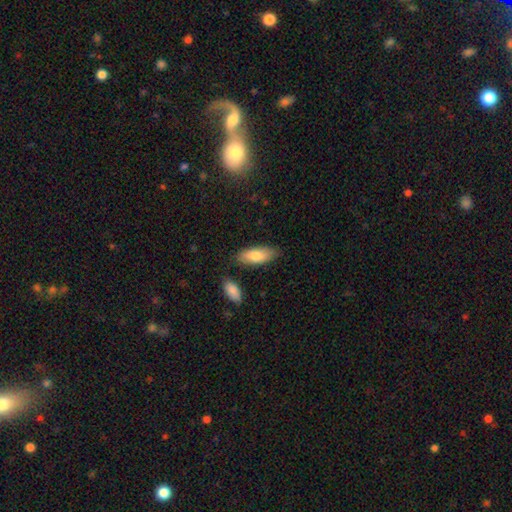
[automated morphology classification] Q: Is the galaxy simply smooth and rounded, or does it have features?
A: smooth — 80%.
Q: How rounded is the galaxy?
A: in between — 76%.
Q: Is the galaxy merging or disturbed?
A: none — 78%.